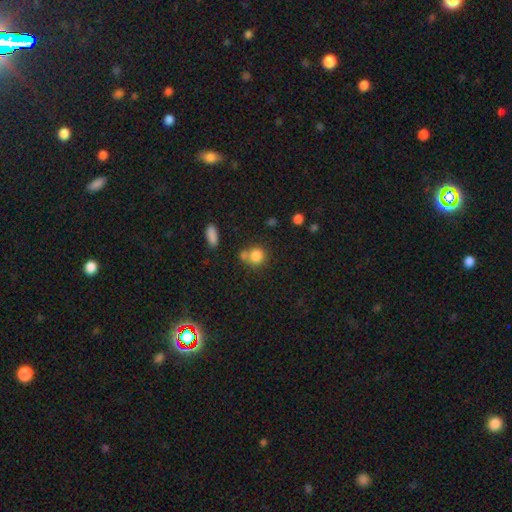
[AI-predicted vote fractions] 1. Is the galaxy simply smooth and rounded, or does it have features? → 82% smooth, 11% star or artifact, 7% featured or disk.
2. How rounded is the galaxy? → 81% round, 18% in between, 1% cigar-shaped.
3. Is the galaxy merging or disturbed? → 52% none, 32% merger, 11% minor disturbance, 5% major disturbance.